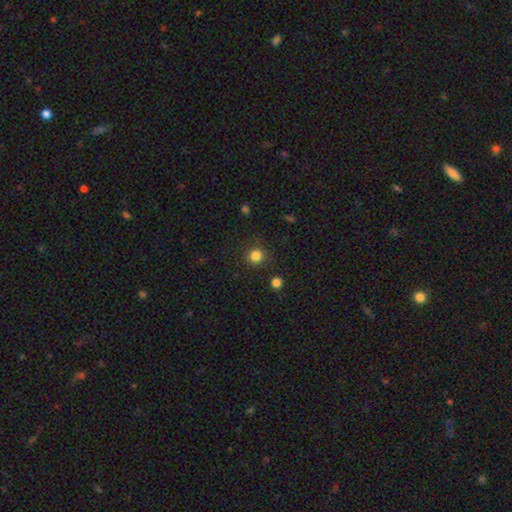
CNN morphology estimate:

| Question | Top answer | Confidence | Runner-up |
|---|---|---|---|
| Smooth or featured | smooth | 83% | star or artifact (13%) |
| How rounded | round | 93% | in between (6%) |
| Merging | none | 89% | minor disturbance (7%) |